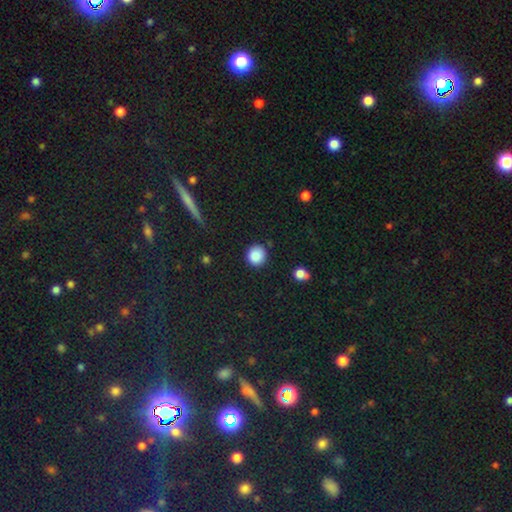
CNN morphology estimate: smooth_or_featured: smooth (p=0.87) [alt: star or artifact p=0.09]
how_rounded: round (p=0.91) [alt: in between p=0.08]
merging: none (p=0.87) [alt: minor disturbance p=0.09]